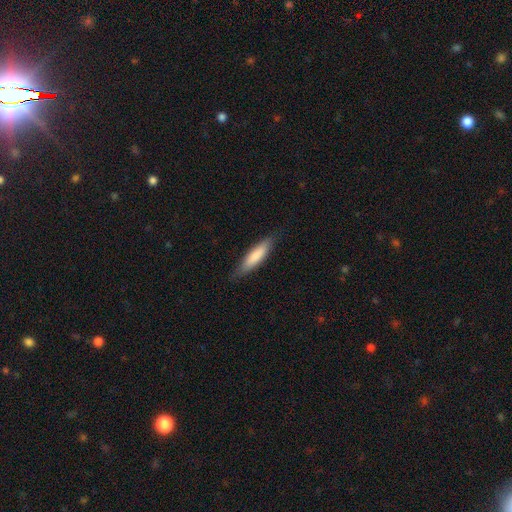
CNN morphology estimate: This is likely a smooth galaxy (79%). How rounded: likely cigar-shaped (73%). Merging: clearly none (83%).